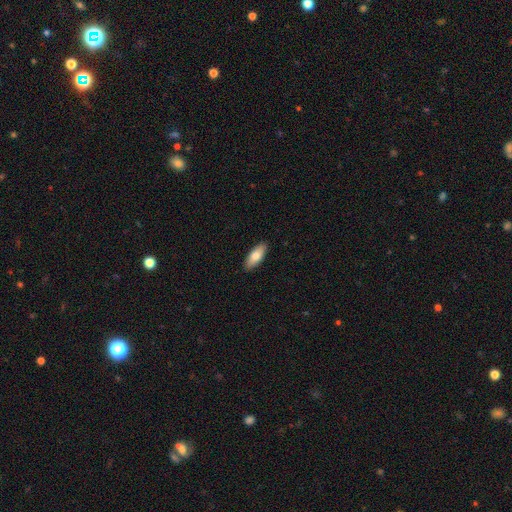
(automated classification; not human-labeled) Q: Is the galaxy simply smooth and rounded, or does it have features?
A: smooth — 79%.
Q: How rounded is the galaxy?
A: in between — 73%.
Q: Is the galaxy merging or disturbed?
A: none — 90%.